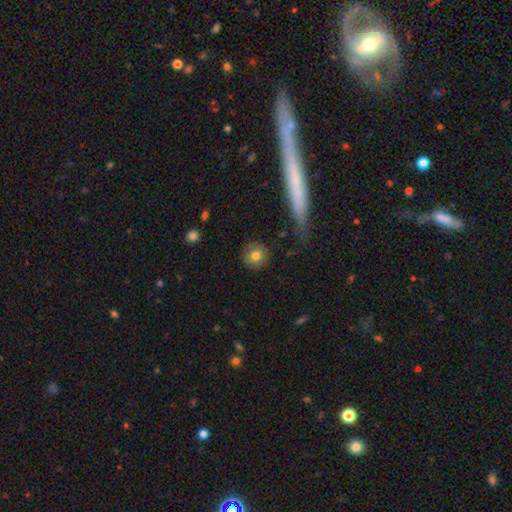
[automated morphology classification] The model was most divided on "smooth or featured": smooth: 77%, featured or disk: 14%, star or artifact: 9%. More confident: how rounded — round (92%); merging — none (85%).